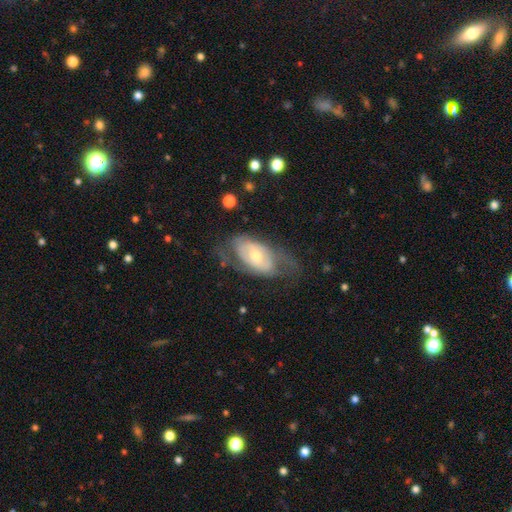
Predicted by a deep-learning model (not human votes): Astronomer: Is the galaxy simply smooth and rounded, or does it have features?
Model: featured or disk — 66%.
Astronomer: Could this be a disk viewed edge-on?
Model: no — 90%.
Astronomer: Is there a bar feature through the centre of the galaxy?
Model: no — 59%.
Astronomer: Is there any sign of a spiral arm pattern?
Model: yes — 62% (runner-up: no, 38%).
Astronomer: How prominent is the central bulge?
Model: moderate — 60%.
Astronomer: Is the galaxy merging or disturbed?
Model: none — 53%.